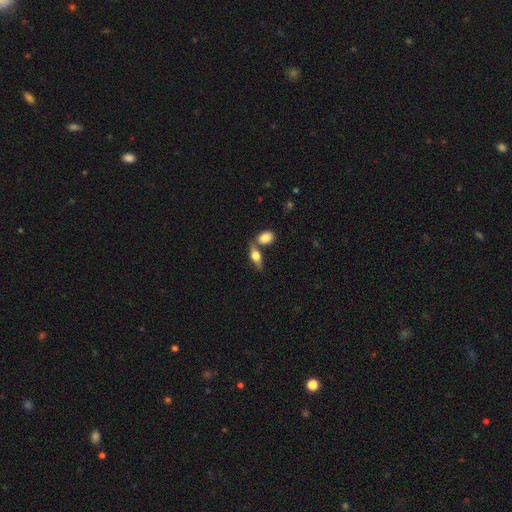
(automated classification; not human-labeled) smooth-or-featured: smooth: 55% | featured or disk: 37% | star or artifact: 7%
  how-rounded: in between: 72% | cigar-shaped: 21% | round: 7%
  merging: none: 59% | merger: 26% | minor disturbance: 11% | major disturbance: 4%